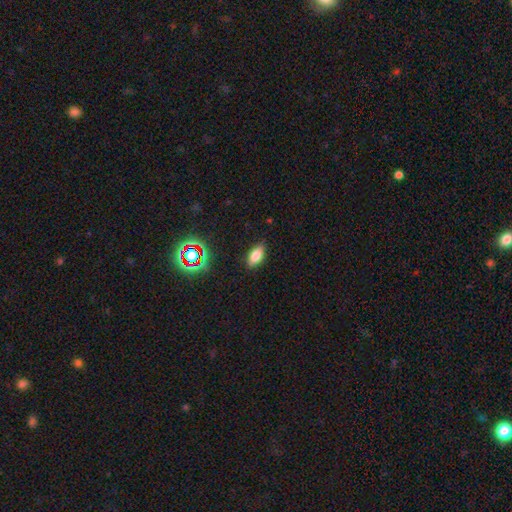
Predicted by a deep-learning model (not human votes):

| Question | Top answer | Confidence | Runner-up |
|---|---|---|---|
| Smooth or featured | smooth | 76% | star or artifact (13%) |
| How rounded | in between | 87% | cigar-shaped (9%) |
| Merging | none | 84% | minor disturbance (12%) |